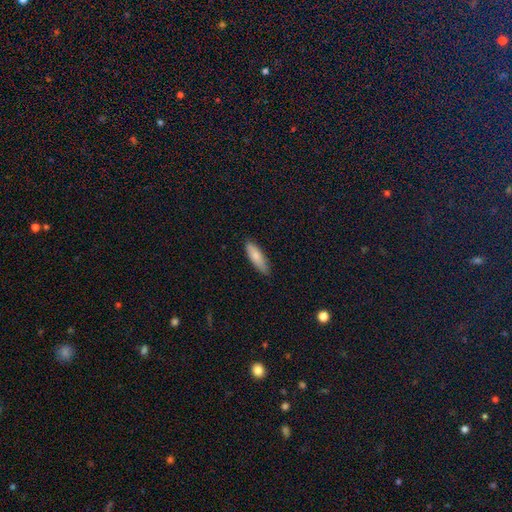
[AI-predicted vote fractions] Morphology: type=smooth (81%); roundness=cigar-shaped (51%); merging=none (81%).